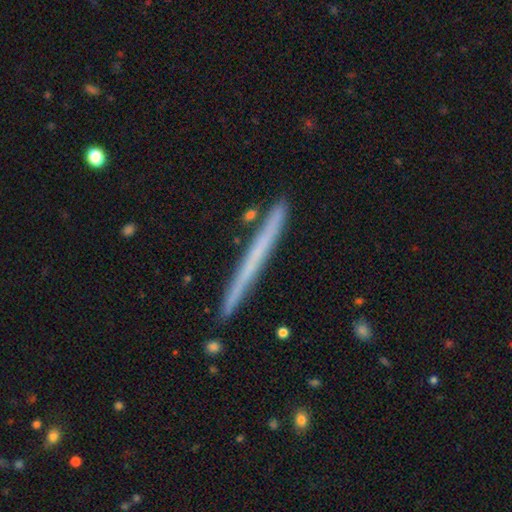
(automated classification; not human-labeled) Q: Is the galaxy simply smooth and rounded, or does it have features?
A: featured or disk — 48%.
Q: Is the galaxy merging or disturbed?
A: none — 89%.